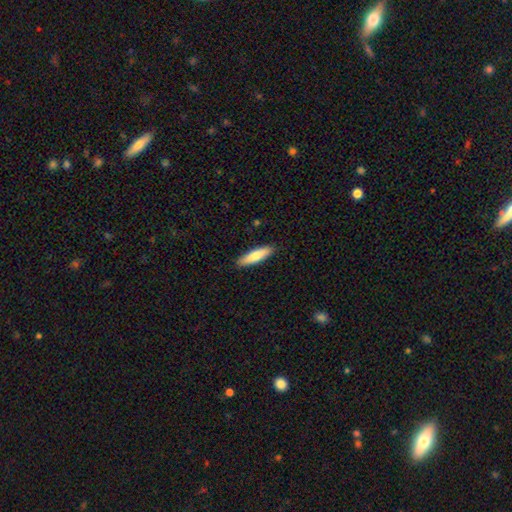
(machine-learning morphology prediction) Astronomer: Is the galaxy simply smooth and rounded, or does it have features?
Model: smooth — 78%.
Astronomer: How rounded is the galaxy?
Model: cigar-shaped — 68%.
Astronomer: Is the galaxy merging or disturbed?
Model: none — 90%.